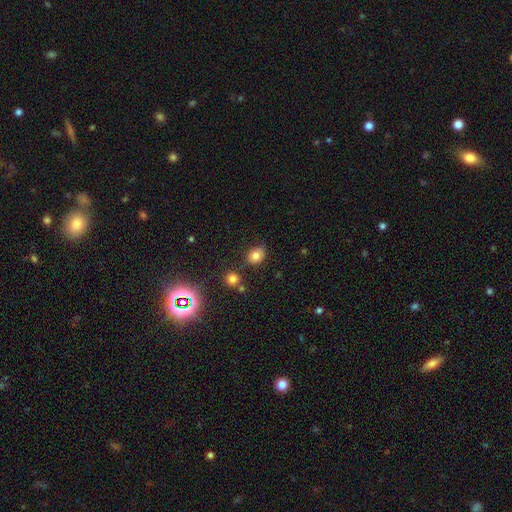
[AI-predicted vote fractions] The model was most divided on "how rounded": in between: 52%, round: 47%, cigar-shaped: 1%. More confident: smooth or featured — smooth (78%); merging — none (74%).